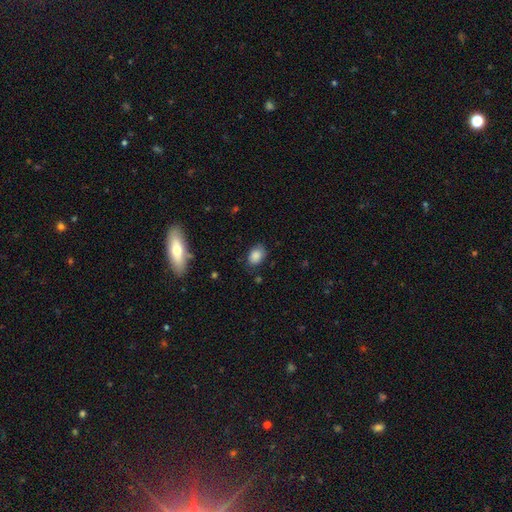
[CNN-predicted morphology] A smooth galaxy with no disk features (86%) that is in between round and cigar-shaped (79%).

Vote fractions:
- Smooth or featured? smooth: 86% / star or artifact: 9% / featured or disk: 5%
- How rounded? in between: 79% / round: 20% / cigar-shaped: 1%
- Merging? none: 79% / minor disturbance: 16% / major disturbance: 4% / merger: 1%